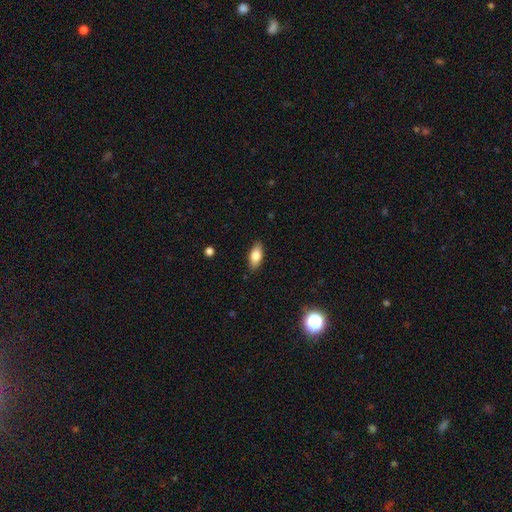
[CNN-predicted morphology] A smooth galaxy with no disk features (80%) that is in between round and cigar-shaped (87%).

Vote fractions:
- Smooth or featured? smooth: 80% / featured or disk: 12% / star or artifact: 7%
- How rounded? in between: 87% / cigar-shaped: 10% / round: 3%
- Merging? none: 87% / minor disturbance: 10% / major disturbance: 2% / merger: 1%